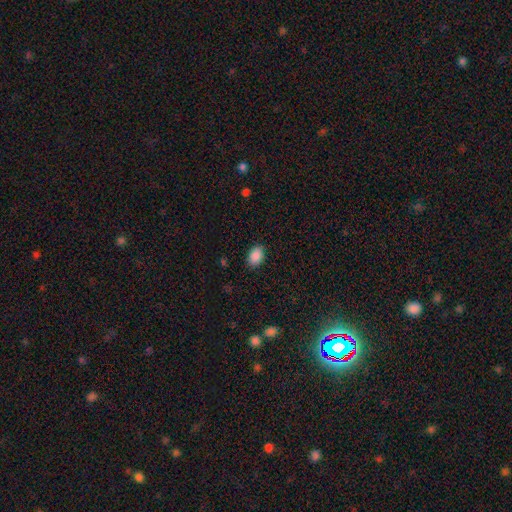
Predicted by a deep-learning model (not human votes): Morphology: type=smooth (89%); roundness=in between (85%); merging=none (88%).